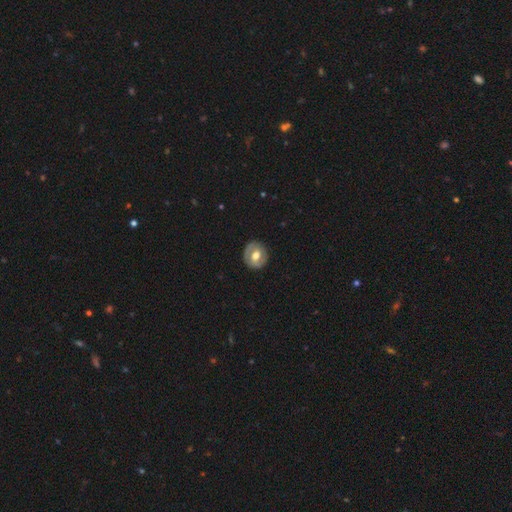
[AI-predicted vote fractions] smooth_or_featured: smooth (p=0.48) [alt: featured or disk p=0.45]
merging: none (p=0.84) [alt: minor disturbance p=0.12]